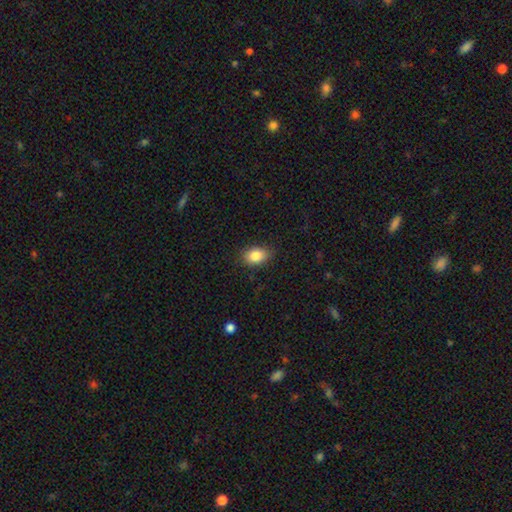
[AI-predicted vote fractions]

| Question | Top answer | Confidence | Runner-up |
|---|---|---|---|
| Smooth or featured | smooth | 85% | star or artifact (8%) |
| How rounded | in between | 81% | round (18%) |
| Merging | none | 83% | minor disturbance (13%) |